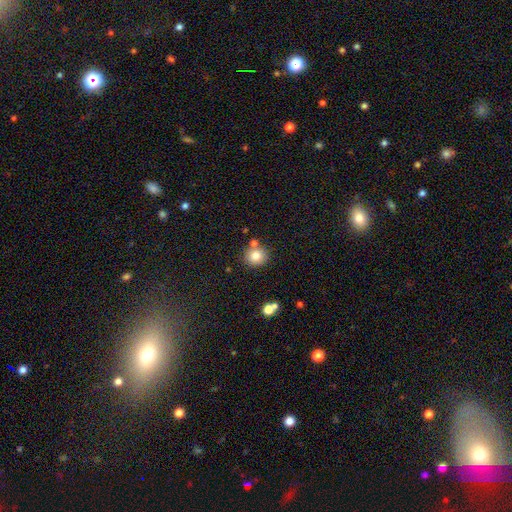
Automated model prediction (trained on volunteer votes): smooth_or_featured: smooth (p=0.81) [alt: star or artifact p=0.11]
how_rounded: round (p=0.87) [alt: in between p=0.12]
merging: none (p=0.74) [alt: merger p=0.14]